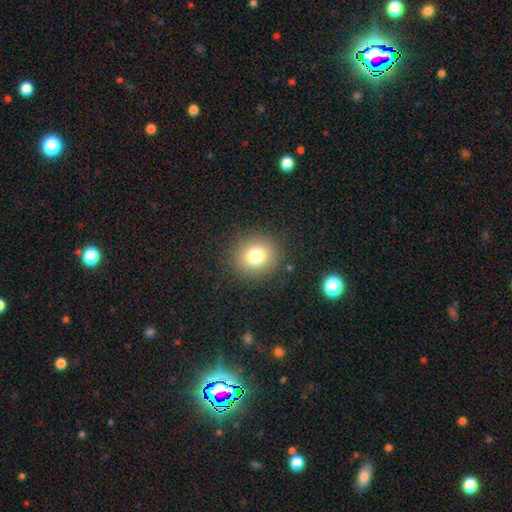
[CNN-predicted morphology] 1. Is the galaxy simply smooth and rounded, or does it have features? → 78% smooth, 13% star or artifact, 9% featured or disk.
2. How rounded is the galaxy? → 86% round, 13% in between, 1% cigar-shaped.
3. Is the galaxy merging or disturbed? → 88% none, 8% minor disturbance, 3% major disturbance, 1% merger.